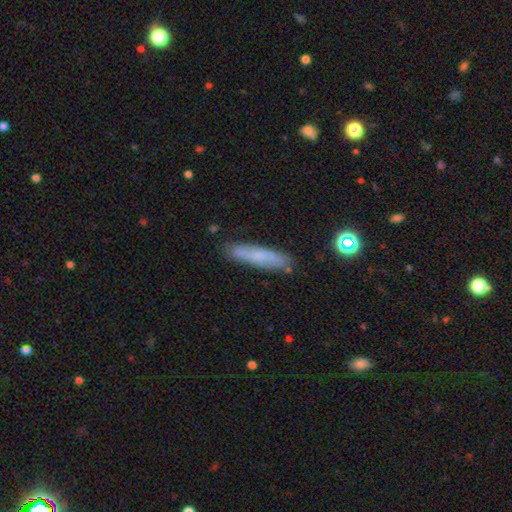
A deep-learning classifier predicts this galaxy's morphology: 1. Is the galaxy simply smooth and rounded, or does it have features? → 64% smooth, 27% featured or disk, 8% star or artifact.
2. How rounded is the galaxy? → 87% cigar-shaped, 12% in between, 2% round.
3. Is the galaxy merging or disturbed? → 82% none, 13% minor disturbance, 3% major disturbance, 2% merger.